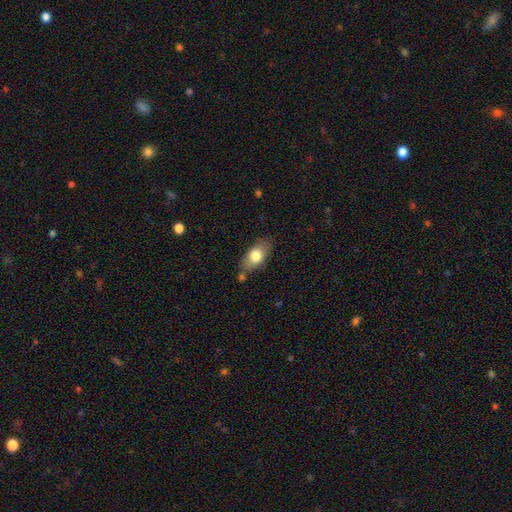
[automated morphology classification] Smooth or featured?
  - smooth: 75% *
  - featured or disk: 18%
  - star or artifact: 7%
How rounded?
  - in between: 86% *
  - round: 7%
  - cigar-shaped: 6%
Merging?
  - none: 69% *
  - minor disturbance: 19%
  - merger: 7%
  - major disturbance: 5%